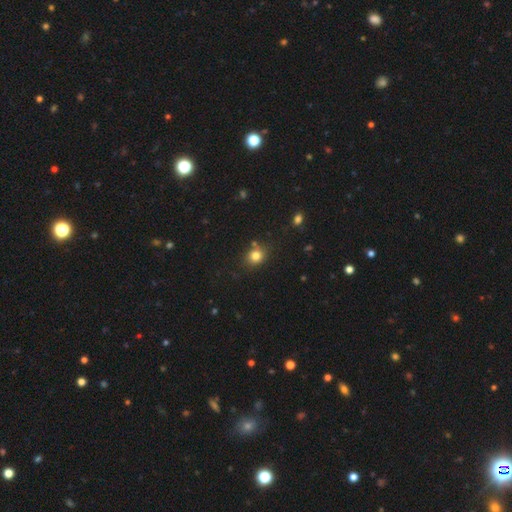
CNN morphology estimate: Q: Smooth or featured?
A: smooth (80%); runner-up: star or artifact (13%)
Q: How rounded?
A: round (73%); runner-up: in between (26%)
Q: Merging?
A: none (76%); runner-up: minor disturbance (13%)